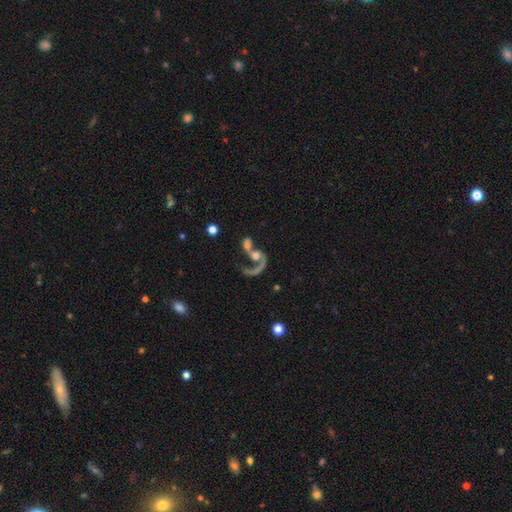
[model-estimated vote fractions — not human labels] A featured or disk galaxy (68%) with no bar (71%), spiral arms (75%) and a moderate central bulge (45%). Merging: merger (54%).